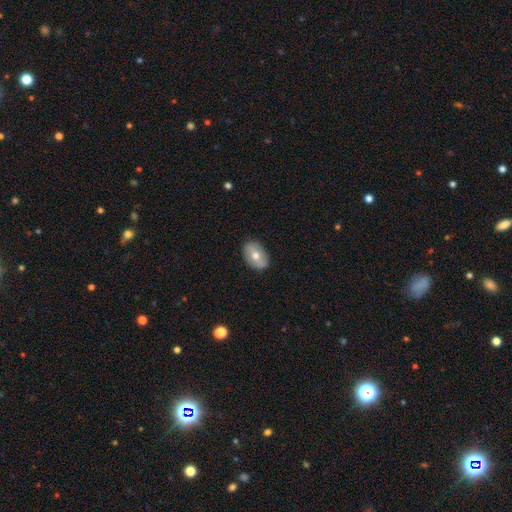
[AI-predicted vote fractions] Smooth or featured? Predicted: smooth (p=0.57). How rounded? Predicted: in between (p=0.83). Merging? Predicted: none (p=0.85).